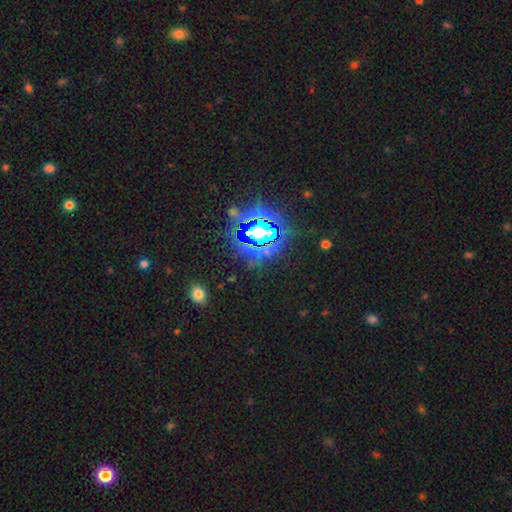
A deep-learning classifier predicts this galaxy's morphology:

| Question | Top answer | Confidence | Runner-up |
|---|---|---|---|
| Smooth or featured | star or artifact | 81% | smooth (12%) |